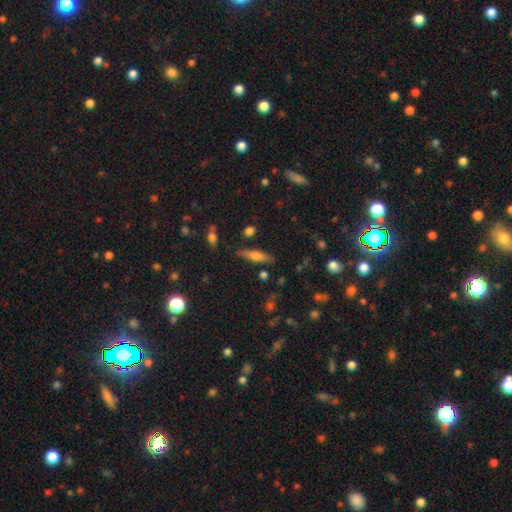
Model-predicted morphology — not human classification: Smooth or featured: smooth — 57% (featured or disk — 36%)
How rounded: cigar-shaped — 68% (in between — 29%)
Merging: none — 82% (minor disturbance — 12%)